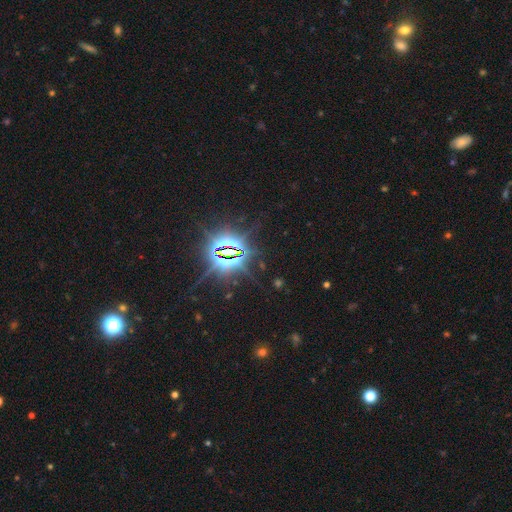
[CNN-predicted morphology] type=star or artifact (85%).